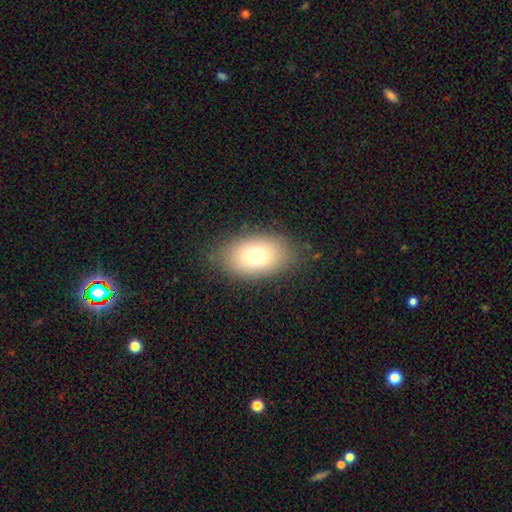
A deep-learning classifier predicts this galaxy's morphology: smooth 76%, featured or disk 14%, star or artifact 10%. Down the decision tree: how rounded — in between (87%); merging — none (82%).